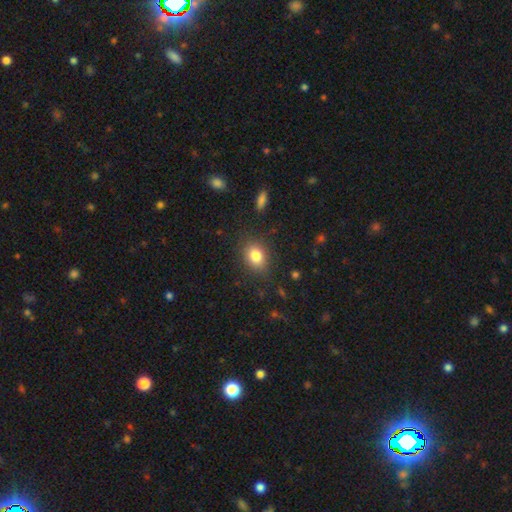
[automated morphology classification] Smooth or featured: smooth — 83% (star or artifact — 10%)
How rounded: in between — 64% (round — 35%)
Merging: none — 82% (minor disturbance — 12%)